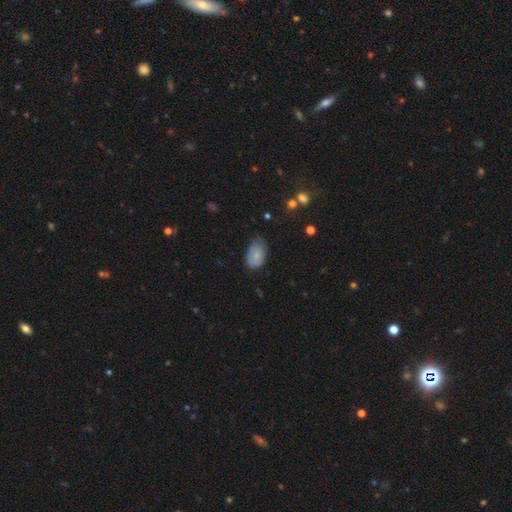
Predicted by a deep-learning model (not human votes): Morphology: type=smooth (71%); roundness=in between (91%); merging=none (54%).